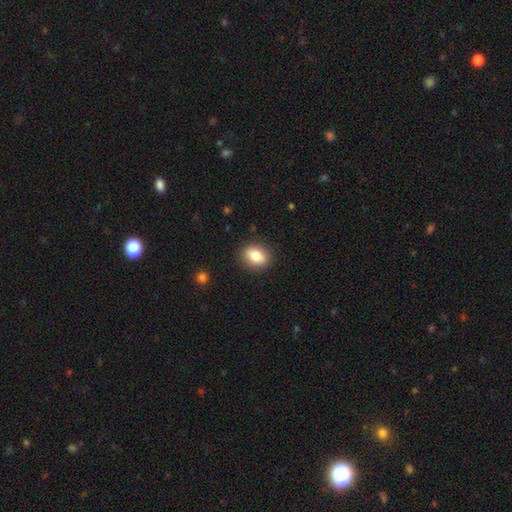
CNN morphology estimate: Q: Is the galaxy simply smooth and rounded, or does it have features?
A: smooth — 82%.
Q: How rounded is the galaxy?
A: in between — 64%.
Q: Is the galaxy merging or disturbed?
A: none — 87%.